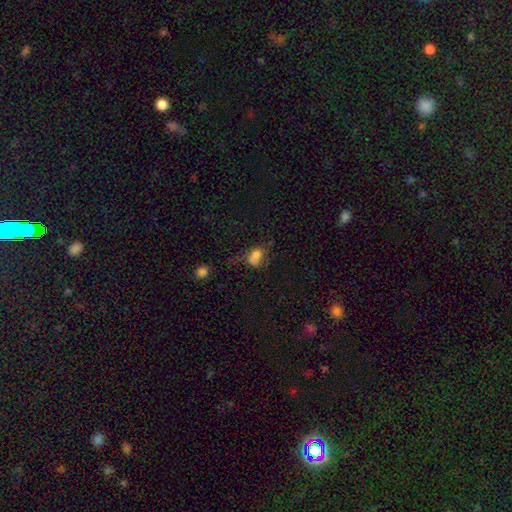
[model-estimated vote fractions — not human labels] This is likely a smooth galaxy (70%). How rounded: likely in between (65%). Merging: marginally none (30%).